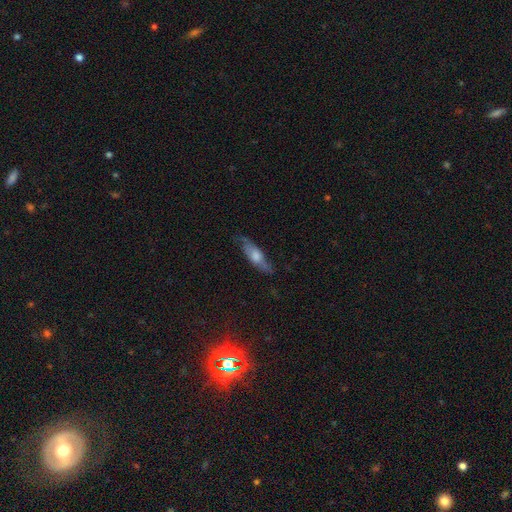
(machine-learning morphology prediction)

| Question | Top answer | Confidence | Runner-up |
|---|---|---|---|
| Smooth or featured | smooth | 48% | featured or disk (45%) |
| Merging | none | 67% | minor disturbance (23%) |